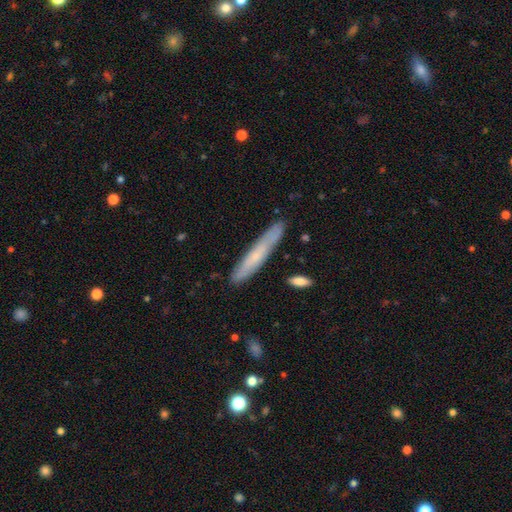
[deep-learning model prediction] This appears to be a smooth galaxy with no disk features (57%) that is cigar-shaped (93%). Merging: none (84%).